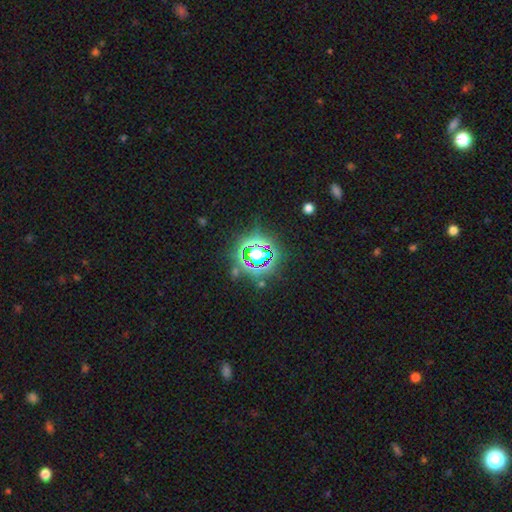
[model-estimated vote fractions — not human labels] The model was most divided on "smooth or featured": star or artifact: 73%, smooth: 16%, featured or disk: 11%.